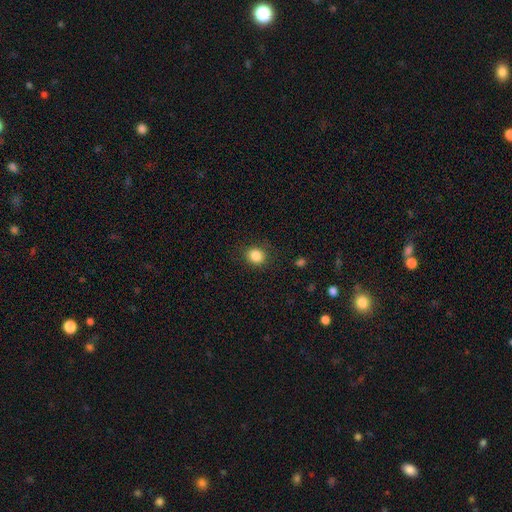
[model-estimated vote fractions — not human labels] smooth_or_featured: smooth (p=0.86) [alt: star or artifact p=0.11]
how_rounded: round (p=0.77) [alt: in between p=0.22]
merging: none (p=0.86) [alt: minor disturbance p=0.10]